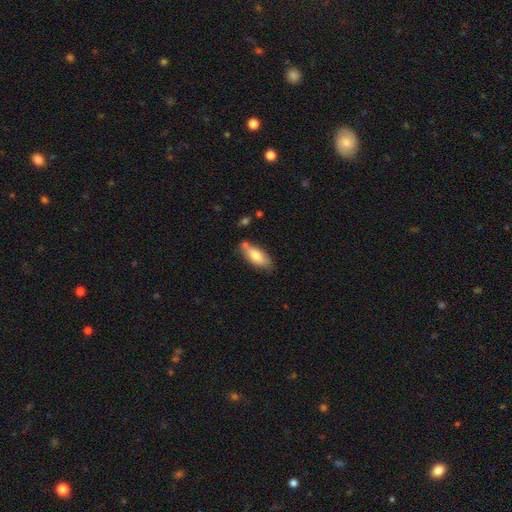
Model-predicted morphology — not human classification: Smooth or featured? Predicted: smooth (p=0.74). How rounded? Predicted: in between (p=0.80). Merging? Predicted: none (p=0.67).